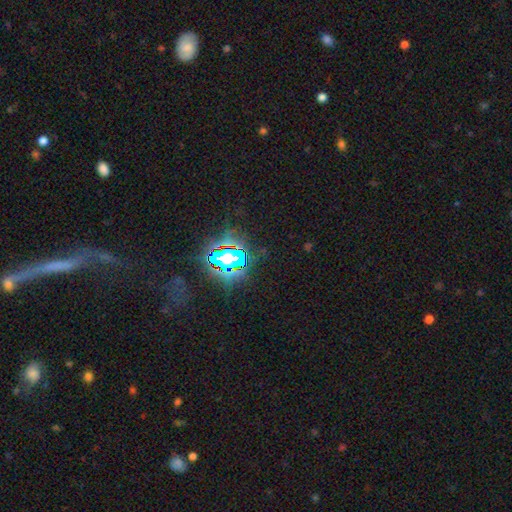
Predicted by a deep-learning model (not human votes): smooth-or-featured: star or artifact: 77% | smooth: 14% | featured or disk: 9%